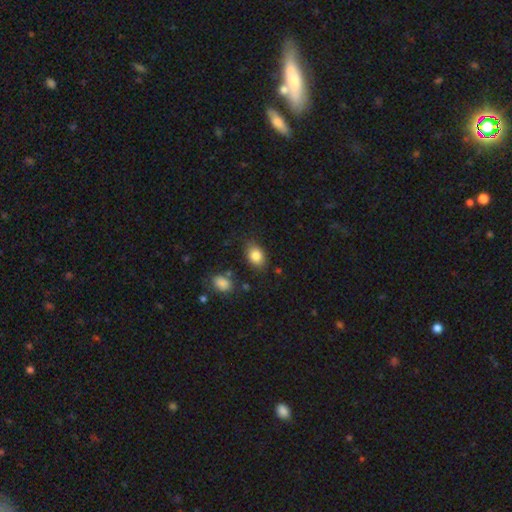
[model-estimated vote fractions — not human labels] A smooth galaxy with no disk features (84%) that is in between round and cigar-shaped (77%). Merging: none (80%).